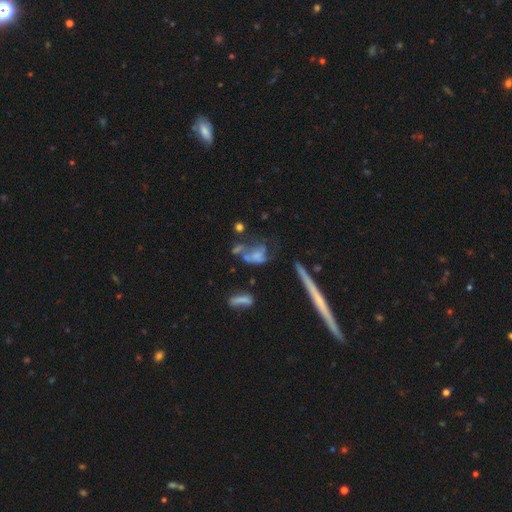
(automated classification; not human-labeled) Smooth or featured: featured or disk — 44% (smooth — 42%)
Merging: major disturbance — 33% (merger — 25%)